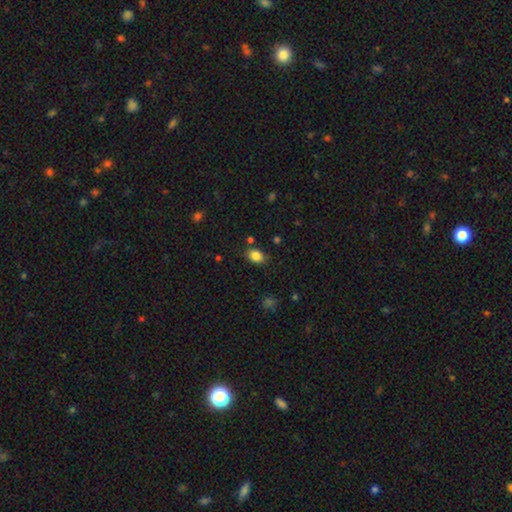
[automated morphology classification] A smooth galaxy with no disk features (85%) that is in between round and cigar-shaped (74%). Merging: none (80%).